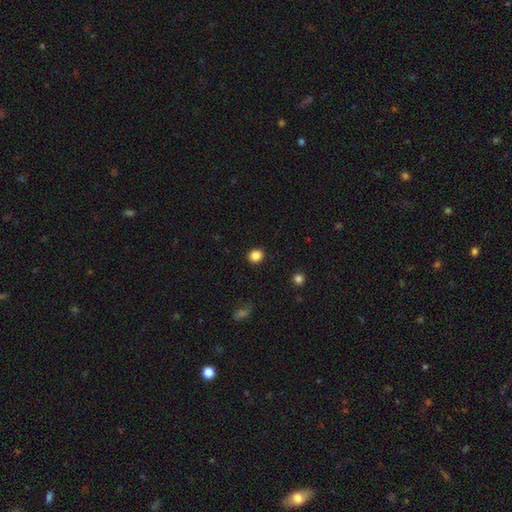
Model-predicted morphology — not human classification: Smooth or featured? Predicted: smooth (p=0.86). How rounded? Predicted: round (p=0.85). Merging? Predicted: none (p=0.91).